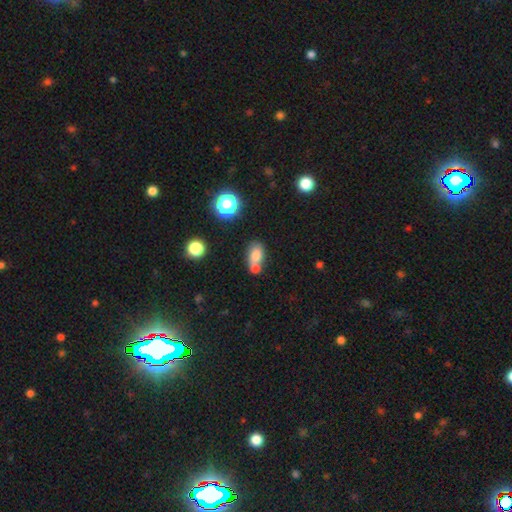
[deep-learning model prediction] smooth 75%, featured or disk 13%, star or artifact 12%. Down the decision tree: how rounded — in between (77%); merging — merger (47%).